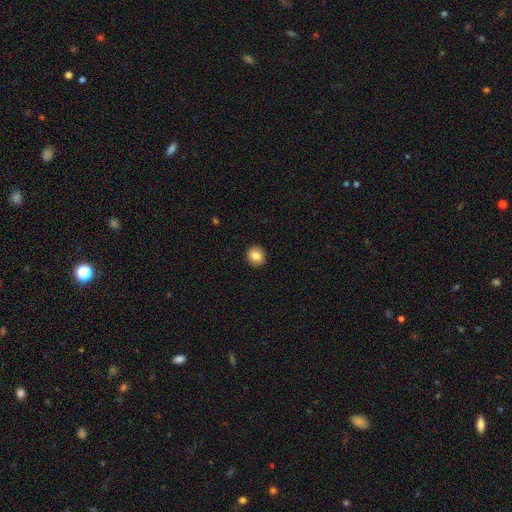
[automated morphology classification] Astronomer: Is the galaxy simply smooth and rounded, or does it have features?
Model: smooth — 85%.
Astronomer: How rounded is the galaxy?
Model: round — 85%.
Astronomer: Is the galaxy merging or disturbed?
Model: none — 92%.